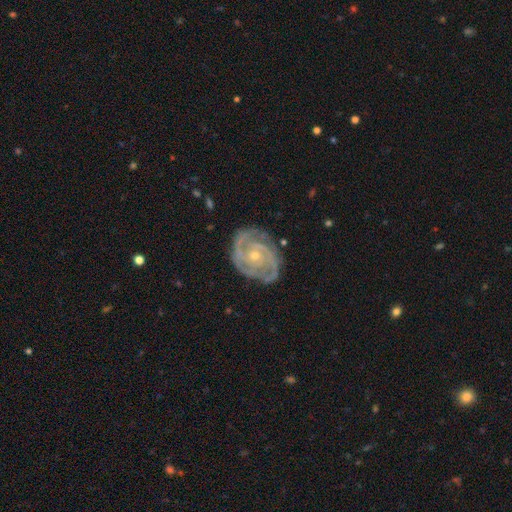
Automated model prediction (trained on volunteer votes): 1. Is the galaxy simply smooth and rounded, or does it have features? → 91% featured or disk, 4% smooth, 4% star or artifact.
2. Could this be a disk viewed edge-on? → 98% no, 2% yes.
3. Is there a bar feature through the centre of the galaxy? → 73% no, 21% weak, 6% strong.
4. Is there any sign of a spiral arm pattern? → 98% yes, 2% no.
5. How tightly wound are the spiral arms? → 67% tight, 29% medium, 4% loose.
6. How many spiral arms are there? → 44% 2, 31% 3, 10% can't tell, 7% 4, 4% 1, 4% more than 4.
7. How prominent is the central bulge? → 68% small, 30% moderate, 1% none, 1% large, 1% dominant.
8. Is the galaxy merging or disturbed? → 77% none, 17% minor disturbance, 5% major disturbance, 1% merger.